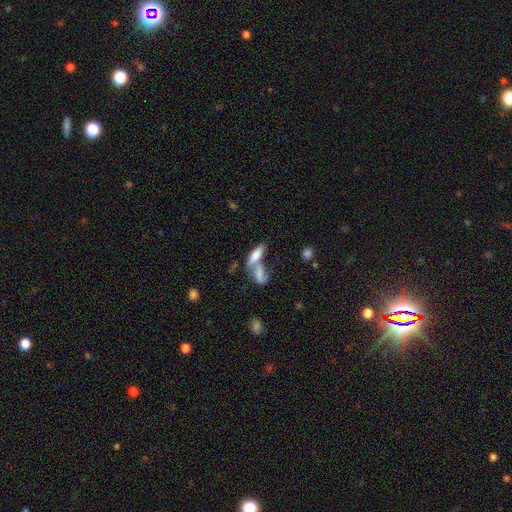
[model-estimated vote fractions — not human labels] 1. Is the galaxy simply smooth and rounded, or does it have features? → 71% smooth, 20% featured or disk, 9% star or artifact.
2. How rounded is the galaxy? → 68% in between, 28% cigar-shaped, 4% round.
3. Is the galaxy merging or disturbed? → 63% merger, 24% none, 8% minor disturbance, 6% major disturbance.